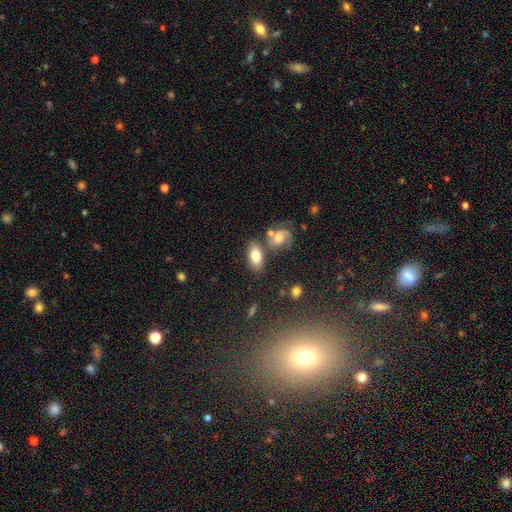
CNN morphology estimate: A smooth galaxy with no disk features (77%) that is in between round and cigar-shaped (89%). Merging: none (64%).